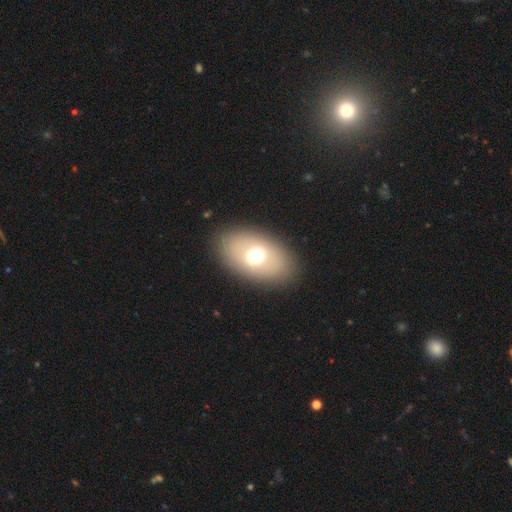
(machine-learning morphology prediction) This appears to be a smooth galaxy with no disk features (62%) that is in between round and cigar-shaped (82%). Merging: none (87%).